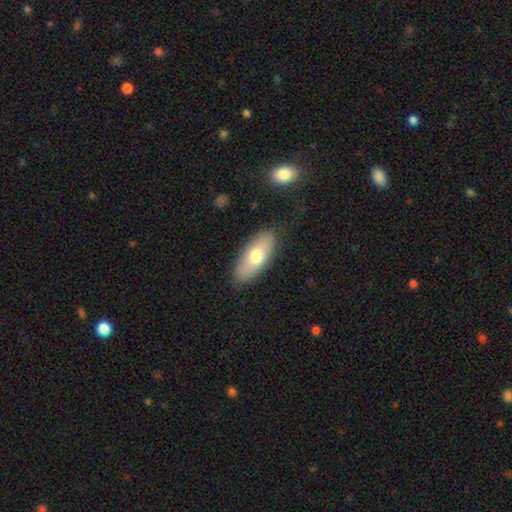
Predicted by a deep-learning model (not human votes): smooth 69%, featured or disk 25%, star or artifact 6%. Down the decision tree: how rounded — in between (83%); merging — none (85%).